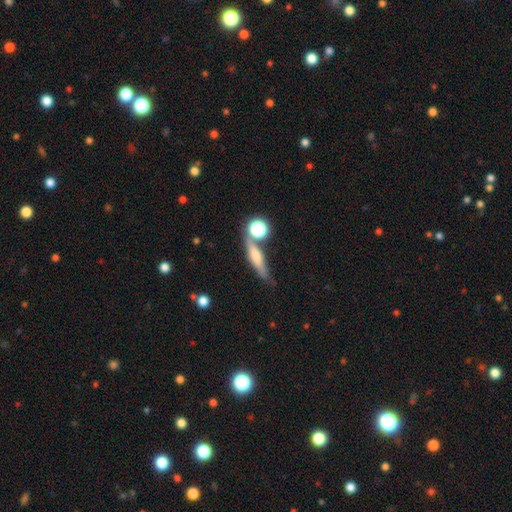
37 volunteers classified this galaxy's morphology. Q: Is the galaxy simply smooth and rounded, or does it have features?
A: smooth — 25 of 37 (68%).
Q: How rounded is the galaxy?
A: cigar-shaped — 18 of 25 (72%).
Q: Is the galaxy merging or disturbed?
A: none — 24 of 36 (67%).